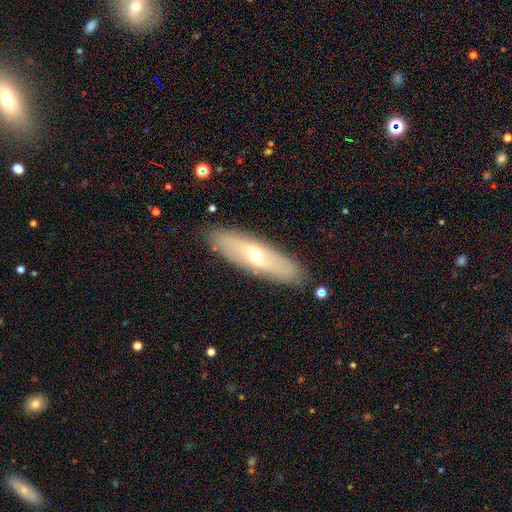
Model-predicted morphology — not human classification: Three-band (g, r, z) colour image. It shows a featured or disk galaxy (50%). Merging: none (89%).